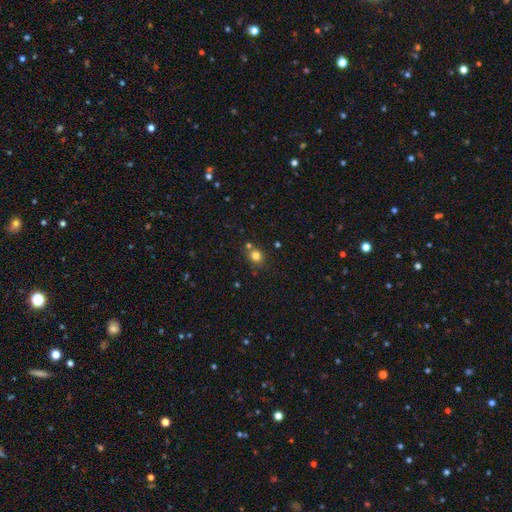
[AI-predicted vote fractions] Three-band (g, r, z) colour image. It shows a smooth galaxy with no disk features (79%) that is round (77%). Merging: none (73%).